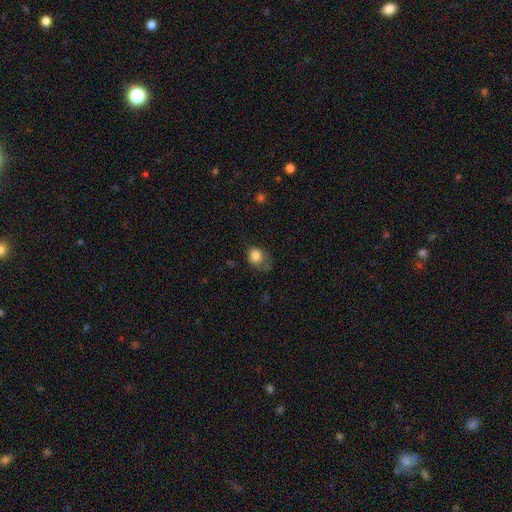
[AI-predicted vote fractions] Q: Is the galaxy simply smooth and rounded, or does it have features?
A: smooth — 82%.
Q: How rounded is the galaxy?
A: round — 55%.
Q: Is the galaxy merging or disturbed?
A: none — 39%.